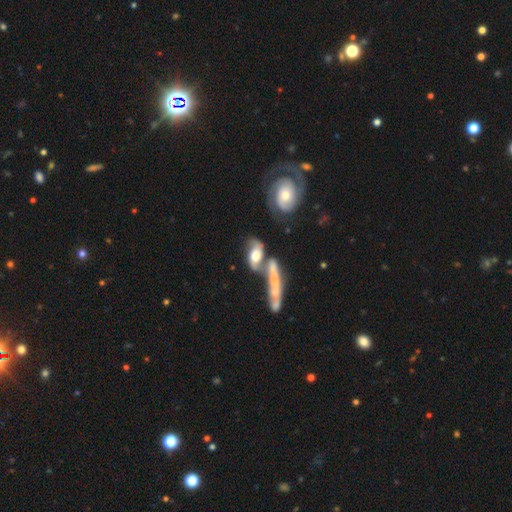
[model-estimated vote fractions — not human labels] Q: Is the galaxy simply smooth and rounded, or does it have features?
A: featured or disk — 56%.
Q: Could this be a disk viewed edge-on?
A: no — 84%.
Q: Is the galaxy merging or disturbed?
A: merger — 48%.